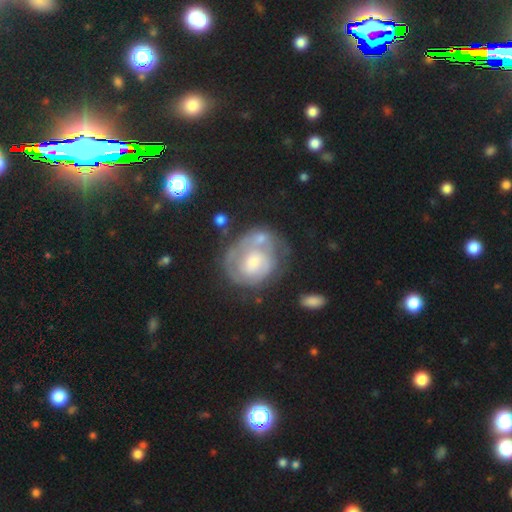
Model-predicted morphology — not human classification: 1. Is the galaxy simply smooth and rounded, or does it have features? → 71% featured or disk, 21% smooth, 8% star or artifact.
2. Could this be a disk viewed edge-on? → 98% no, 2% yes.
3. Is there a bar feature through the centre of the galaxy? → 69% no, 25% weak, 5% strong.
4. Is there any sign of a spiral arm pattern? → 76% yes, 24% no.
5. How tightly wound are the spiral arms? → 66% tight, 25% medium, 9% loose.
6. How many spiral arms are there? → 37% can't tell, 29% 2, 24% 1, 6% 3, 2% 4, 2% more than 4.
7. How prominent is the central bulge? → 45% moderate, 36% small, 11% large, 6% none, 2% dominant.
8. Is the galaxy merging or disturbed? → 53% none, 21% minor disturbance, 14% major disturbance, 12% merger.